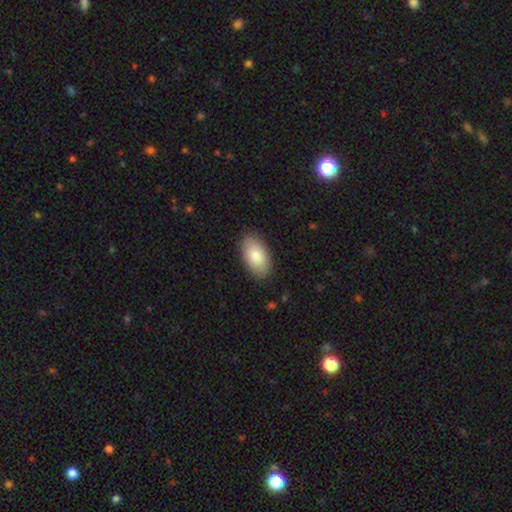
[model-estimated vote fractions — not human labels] The model was most divided on "smooth or featured": smooth: 82%, featured or disk: 12%, star or artifact: 6%. More confident: how rounded — in between (95%); merging — none (87%).